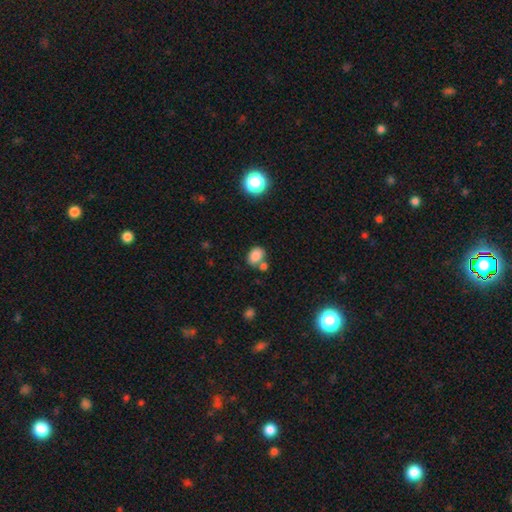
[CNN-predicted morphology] This appears to be a smooth galaxy with no disk features (84%) that is in between round and cigar-shaped (74%). Merging: none (61%).